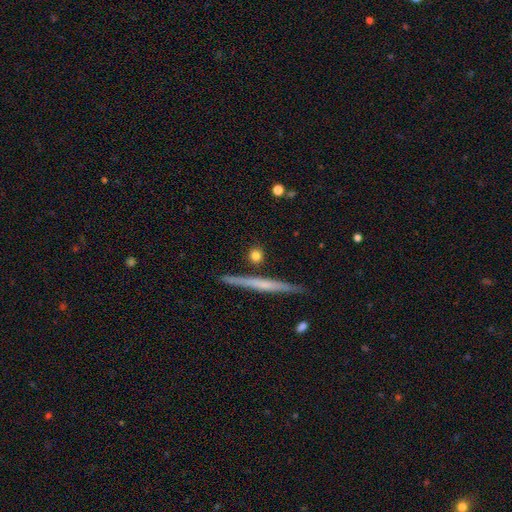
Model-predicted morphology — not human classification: Smooth or featured? smooth (76%)
How rounded? round (73%)
Merging? none (85%)